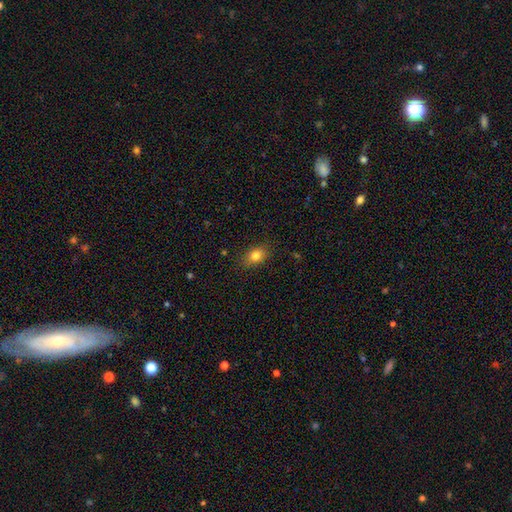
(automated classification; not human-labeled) Smooth or featured? Predicted: smooth (p=0.81). How rounded? Predicted: in between (p=0.73). Merging? Predicted: none (p=0.84).